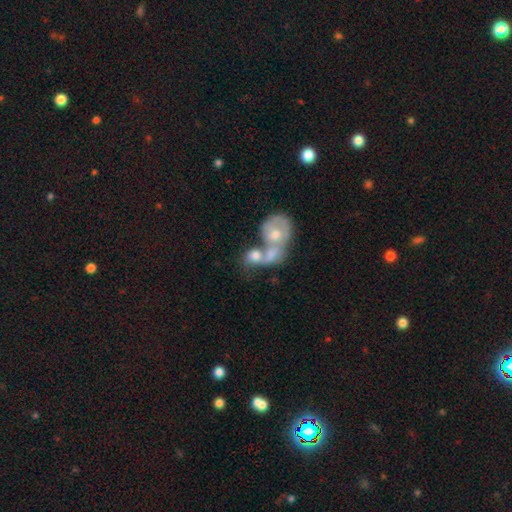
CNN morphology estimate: A smooth galaxy with no disk features (57%) that is in between round and cigar-shaped (53%).

Vote fractions:
- Smooth or featured? smooth: 57% / featured or disk: 35% / star or artifact: 8%
- How rounded? in between: 53% / round: 45% / cigar-shaped: 2%
- Merging? merger: 74% / none: 13% / major disturbance: 7% / minor disturbance: 6%